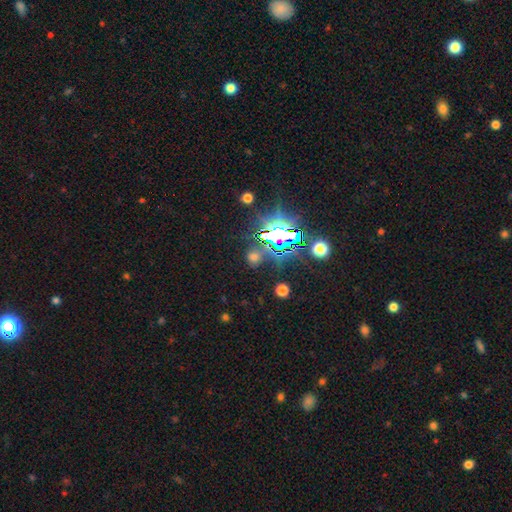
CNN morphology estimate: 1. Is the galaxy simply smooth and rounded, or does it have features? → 76% star or artifact, 16% smooth, 9% featured or disk.